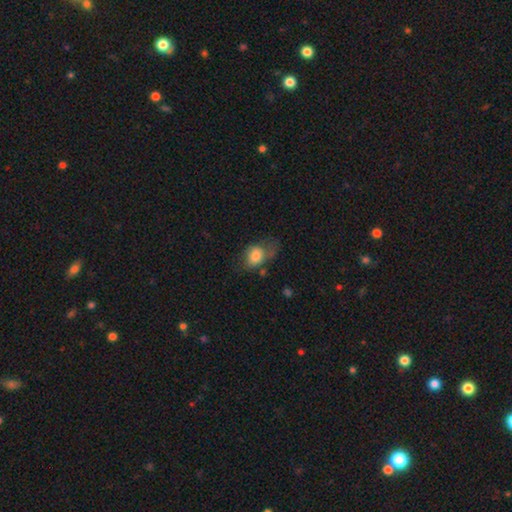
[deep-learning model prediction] smooth-or-featured: smooth: 73% | featured or disk: 19% | star or artifact: 8%
  how-rounded: in between: 68% | round: 30% | cigar-shaped: 2%
  merging: none: 37% | minor disturbance: 29% | major disturbance: 29% | merger: 5%